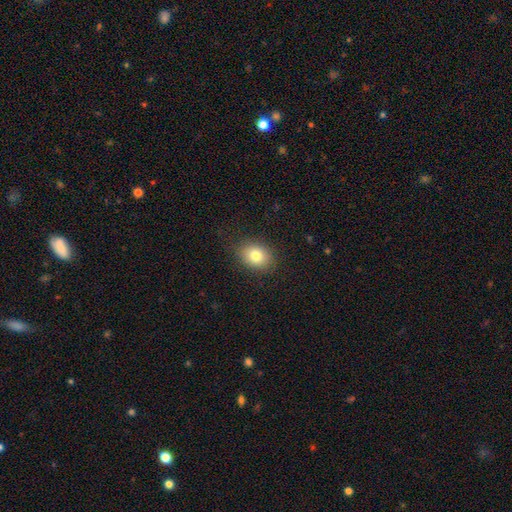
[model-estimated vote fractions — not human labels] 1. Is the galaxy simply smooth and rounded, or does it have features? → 81% smooth, 10% star or artifact, 10% featured or disk.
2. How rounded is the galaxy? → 57% in between, 42% round, 1% cigar-shaped.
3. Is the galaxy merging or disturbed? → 86% none, 10% minor disturbance, 3% major disturbance, 1% merger.